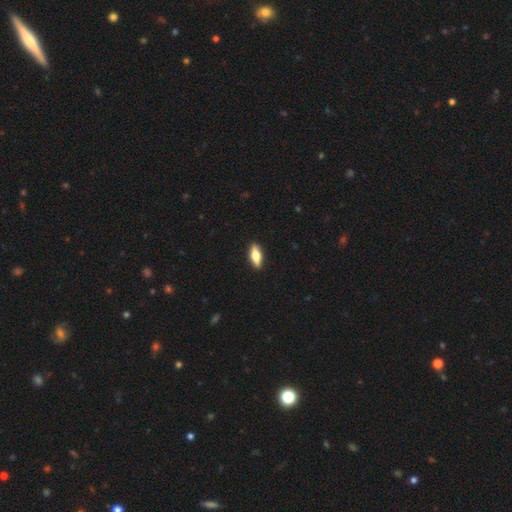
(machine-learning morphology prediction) smooth-or-featured: smooth: 63% | featured or disk: 30% | star or artifact: 6%
  how-rounded: in between: 67% | cigar-shaped: 30% | round: 3%
  merging: none: 90% | minor disturbance: 7% | major disturbance: 2% | merger: 1%